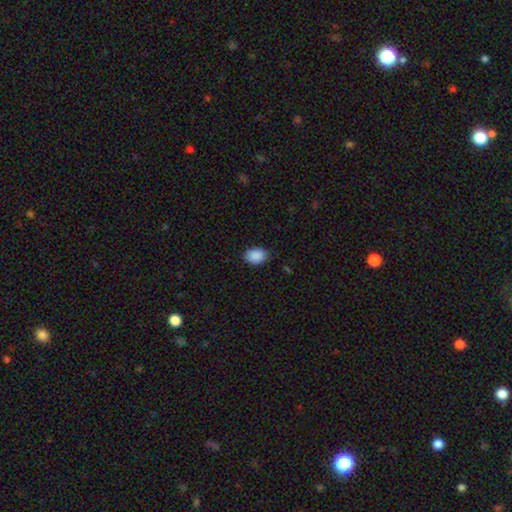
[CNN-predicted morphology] Smooth or featured?
  - smooth: 90% *
  - star or artifact: 8%
  - featured or disk: 3%
How rounded?
  - in between: 77% *
  - round: 22%
  - cigar-shaped: 1%
Merging?
  - none: 85% *
  - minor disturbance: 11%
  - major disturbance: 2%
  - merger: 1%